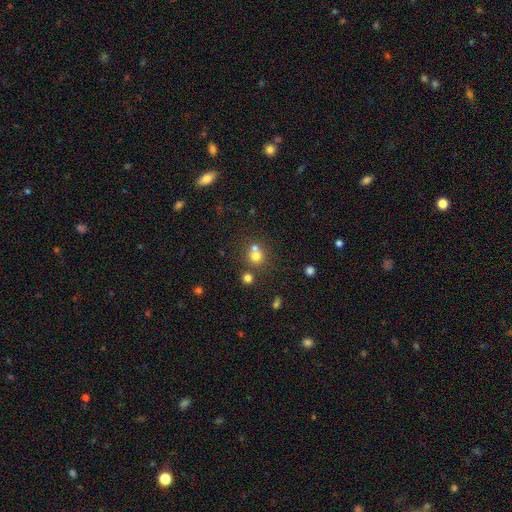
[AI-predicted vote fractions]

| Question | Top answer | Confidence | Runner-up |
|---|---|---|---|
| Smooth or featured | smooth | 71% | star or artifact (17%) |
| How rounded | round | 87% | in between (12%) |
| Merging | none | 51% | merger (39%) |